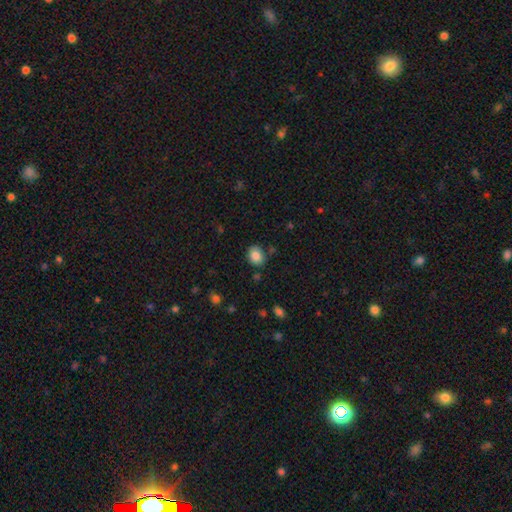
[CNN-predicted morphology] A smooth galaxy with no disk features (86%) that is round (57%). Merging: none (80%).